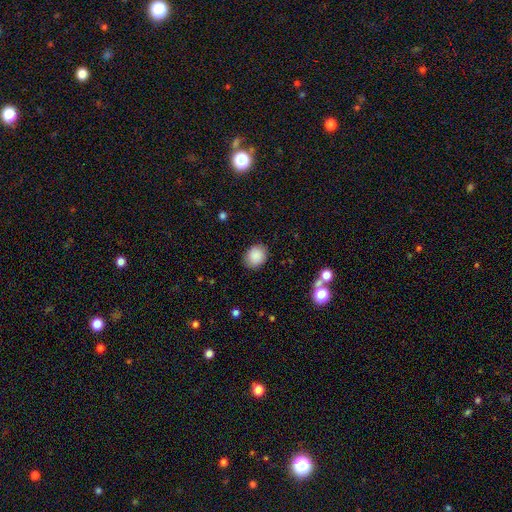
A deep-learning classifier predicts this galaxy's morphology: This appears to be a smooth galaxy with no disk features (88%) that is round (63%). Merging: none (85%).